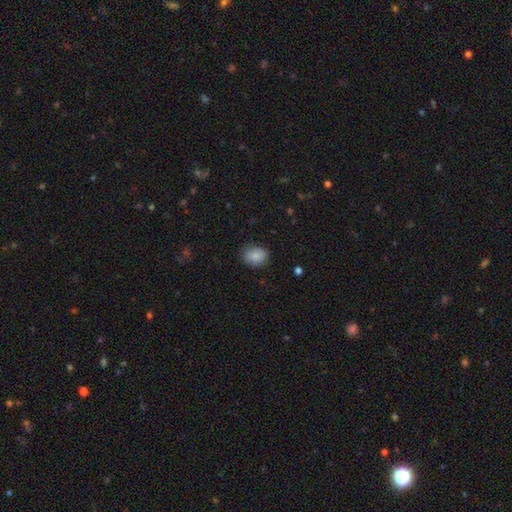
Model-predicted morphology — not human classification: A smooth galaxy with no disk features (86%) that is in between round and cigar-shaped (54%). Merging: none (85%).